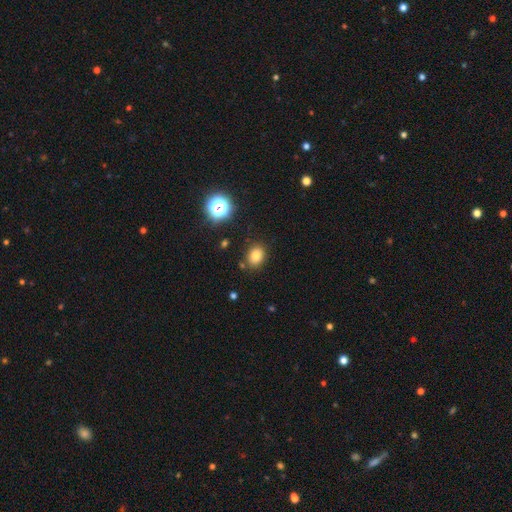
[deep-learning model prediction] smooth_or_featured: smooth (p=0.79) [alt: star or artifact p=0.14]
how_rounded: in between (p=0.54) [alt: round p=0.45]
merging: none (p=0.83) [alt: minor disturbance p=0.10]